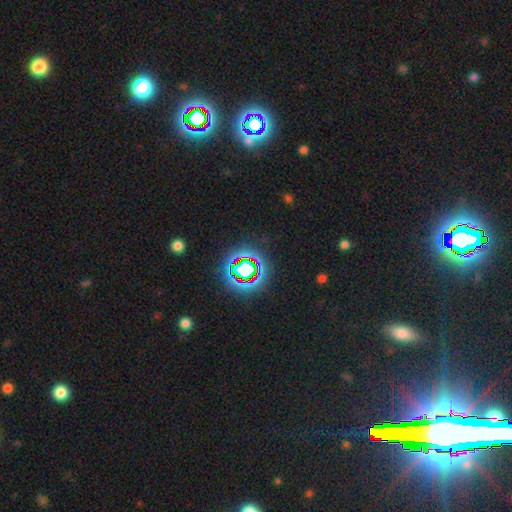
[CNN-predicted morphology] smooth_or_featured: star or artifact (p=0.74) [alt: smooth p=0.15]